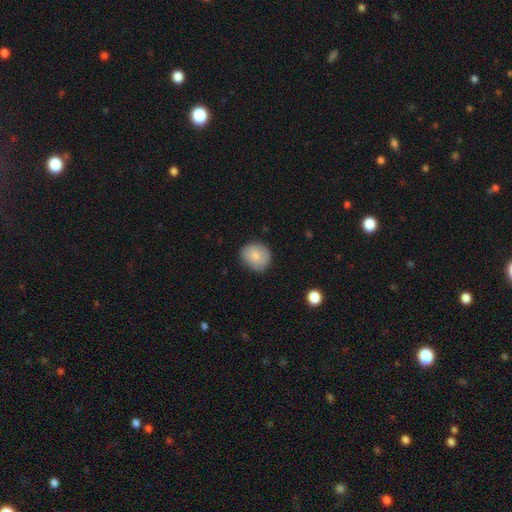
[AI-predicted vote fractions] Smooth or featured? smooth (83%)
How rounded? round (76%)
Merging? none (83%)